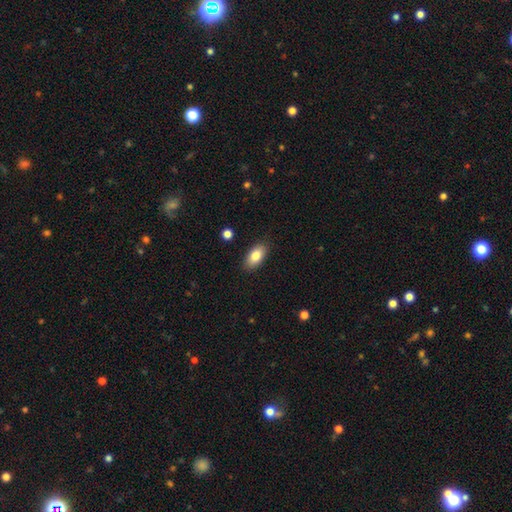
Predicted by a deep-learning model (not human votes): Q: Smooth or featured?
A: smooth (85%); runner-up: featured or disk (9%)
Q: How rounded?
A: in between (92%); runner-up: cigar-shaped (5%)
Q: Merging?
A: none (87%); runner-up: minor disturbance (10%)